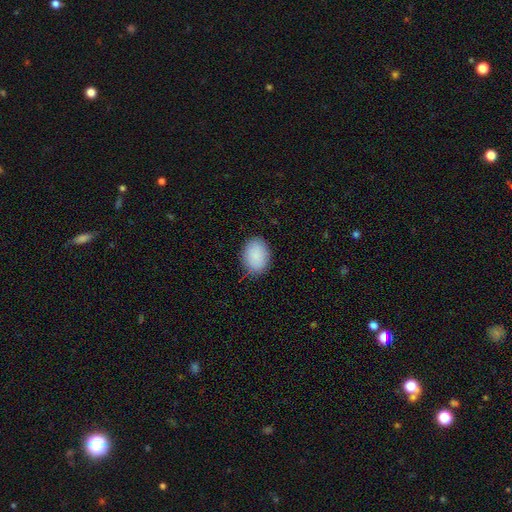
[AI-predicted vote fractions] The model was most divided on "how rounded": in between: 60%, round: 39%, cigar-shaped: 1%. More confident: smooth or featured — smooth (89%); merging — none (83%).